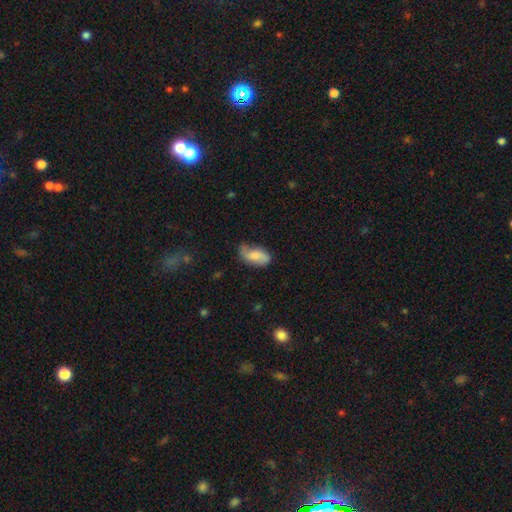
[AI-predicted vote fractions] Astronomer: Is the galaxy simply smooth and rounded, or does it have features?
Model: smooth — 60%.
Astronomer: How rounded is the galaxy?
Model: in between — 91%.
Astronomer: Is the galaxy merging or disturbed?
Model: none — 62%.